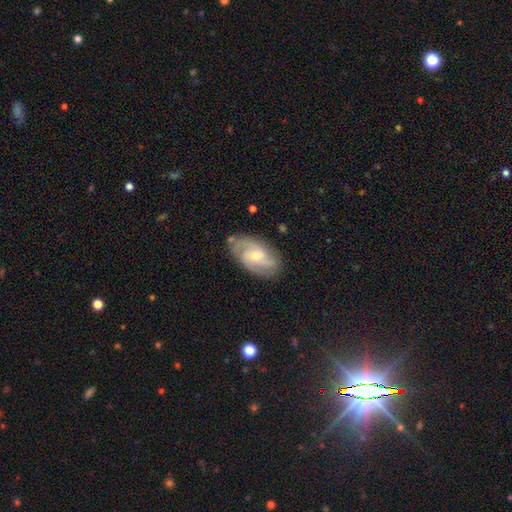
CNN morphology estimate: A featured or disk galaxy (83%) with no bar (52%), 2 (36%) medium (46%) spiral arms (96%) and a small central bulge (54%).

Vote fractions:
- Smooth or featured? featured or disk: 83% / smooth: 12% / star or artifact: 5%
- Edge-on disk? no: 95% / yes: 5%
- Bar? no: 52% / weak: 40% / strong: 8%
- Spiral arms? yes: 96% / no: 4%
- Spiral winding? medium: 46% / tight: 40% / loose: 14%
- Spiral arm count? 2: 36% / 3: 33% / can't tell: 16% / 4: 8% / 1: 4% / more than 4: 3%
- Bulge size? small: 54% / moderate: 43% / large: 1% / none: 1% / dominant: 1%
- Merging? none: 79% / minor disturbance: 16% / major disturbance: 4% / merger: 2%